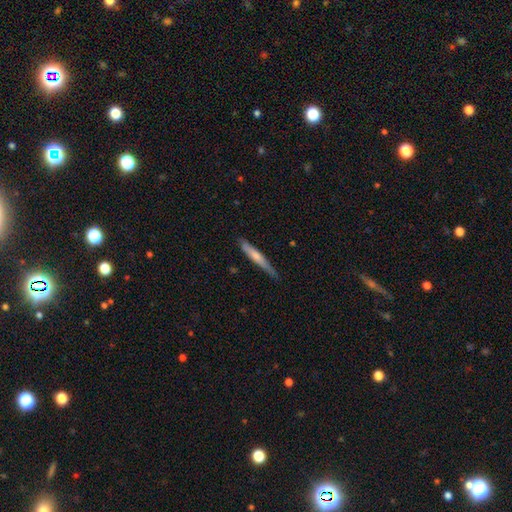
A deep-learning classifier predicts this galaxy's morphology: Q: Smooth or featured?
A: smooth (59%); runner-up: featured or disk (36%)
Q: How rounded?
A: cigar-shaped (94%); runner-up: in between (5%)
Q: Merging?
A: none (75%); runner-up: minor disturbance (20%)